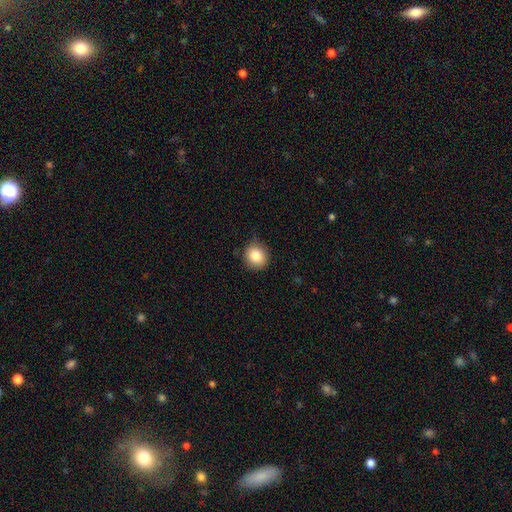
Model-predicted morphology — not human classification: Smooth or featured? smooth (84%)
How rounded? round (85%)
Merging? none (82%)